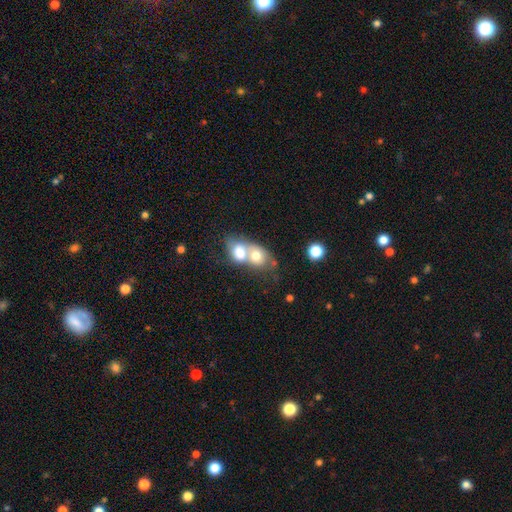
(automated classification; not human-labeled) This is likely a smooth galaxy (69%). How rounded: possibly in between (56%). Merging: likely merger (80%).